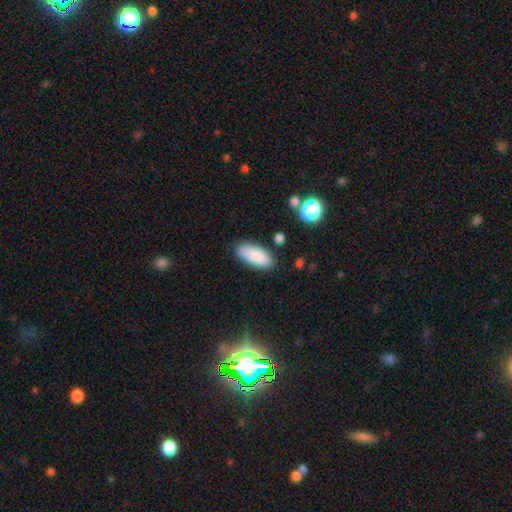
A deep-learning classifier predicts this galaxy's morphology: smooth-or-featured: smooth: 86% | featured or disk: 7% | star or artifact: 7%
  how-rounded: in between: 84% | cigar-shaped: 14% | round: 2%
  merging: none: 82% | minor disturbance: 12% | major disturbance: 3% | merger: 3%